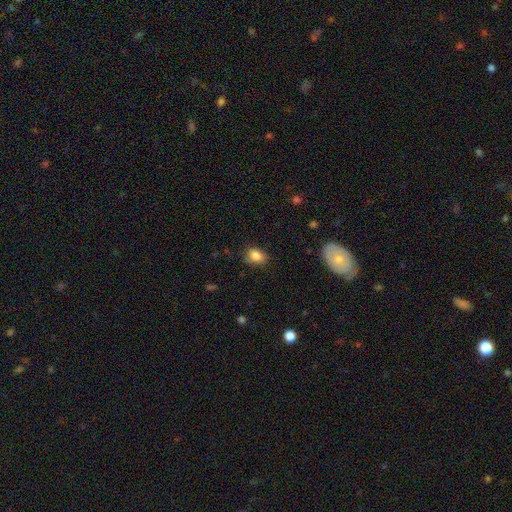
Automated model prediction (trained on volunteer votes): Smooth or featured? smooth (85%)
How rounded? in between (73%)
Merging? none (79%)